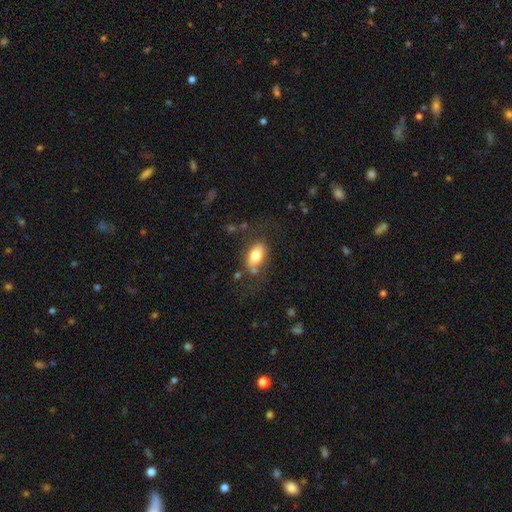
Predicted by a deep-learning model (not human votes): This is likely a smooth galaxy (75%). How rounded: clearly in between (88%). Merging: likely none (68%).